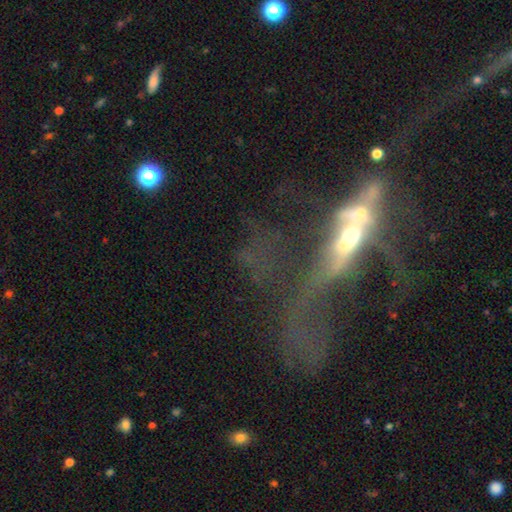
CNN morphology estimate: Q: Smooth or featured?
A: featured or disk (60%); runner-up: smooth (23%)
Q: Edge-on disk?
A: no (67%); runner-up: yes (33%)
Q: Merging?
A: merger (43%); runner-up: major disturbance (39%)